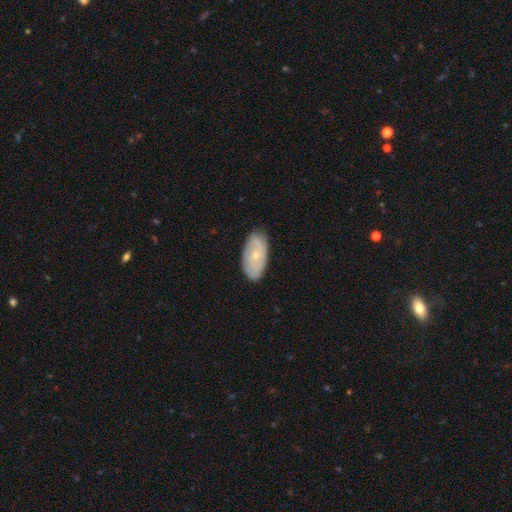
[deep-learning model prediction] This appears to be a featured or disk galaxy (51%). Merging: none (80%).